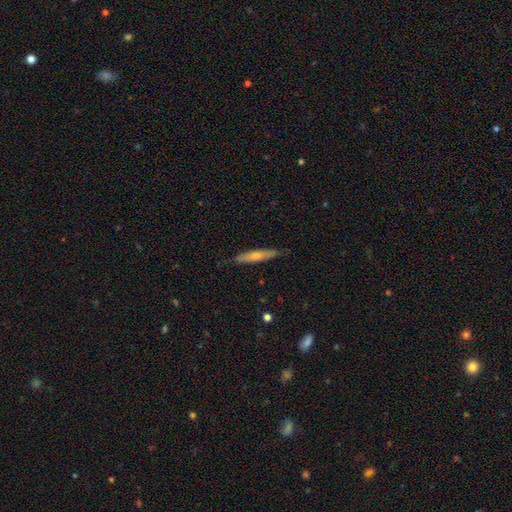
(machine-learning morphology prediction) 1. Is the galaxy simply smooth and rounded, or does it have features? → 61% smooth, 34% featured or disk, 6% star or artifact.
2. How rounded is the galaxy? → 91% cigar-shaped, 7% in between, 1% round.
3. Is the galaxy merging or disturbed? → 84% none, 13% minor disturbance, 2% major disturbance, 1% merger.